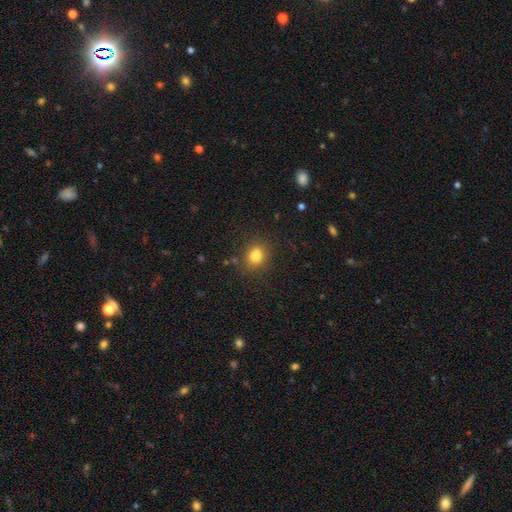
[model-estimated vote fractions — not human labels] Morphology: type=smooth (81%); roundness=round (56%); merging=none (80%).